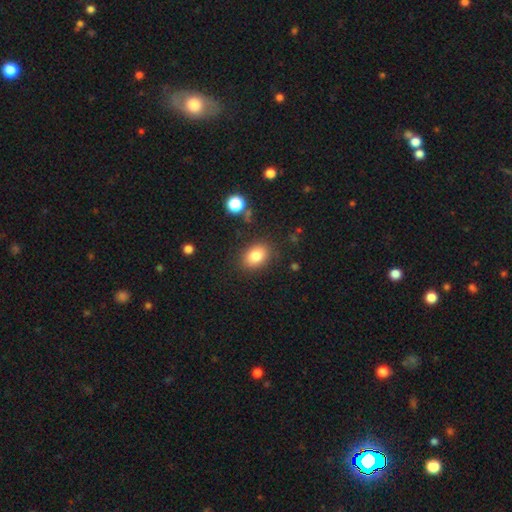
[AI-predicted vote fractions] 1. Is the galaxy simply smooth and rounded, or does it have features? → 83% smooth, 10% star or artifact, 8% featured or disk.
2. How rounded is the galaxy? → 76% in between, 23% round, 1% cigar-shaped.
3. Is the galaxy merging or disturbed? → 85% none, 10% minor disturbance, 3% major disturbance, 2% merger.